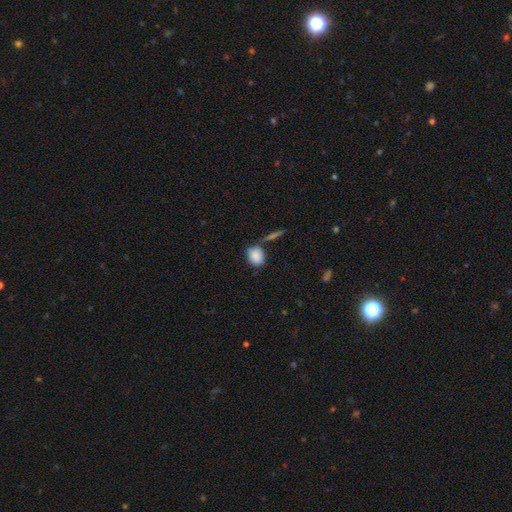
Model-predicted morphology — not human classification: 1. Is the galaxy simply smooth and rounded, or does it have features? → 85% smooth, 8% star or artifact, 6% featured or disk.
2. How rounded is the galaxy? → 56% in between, 42% round, 2% cigar-shaped.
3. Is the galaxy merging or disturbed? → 62% none, 19% minor disturbance, 14% merger, 6% major disturbance.